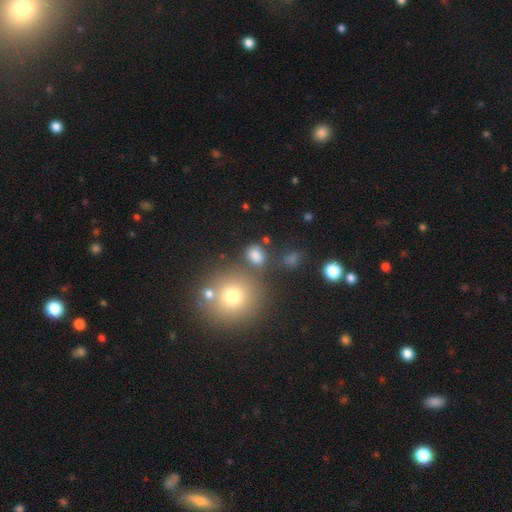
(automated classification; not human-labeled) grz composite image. It shows a smooth galaxy with no disk features (77%) that is round (63%). Merging: none (69%).